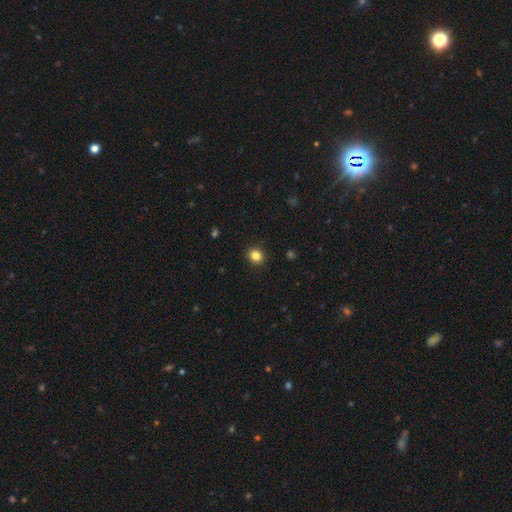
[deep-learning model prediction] Smooth or featured? Predicted: smooth (p=0.84). How rounded? Predicted: round (p=0.81). Merging? Predicted: none (p=0.91).